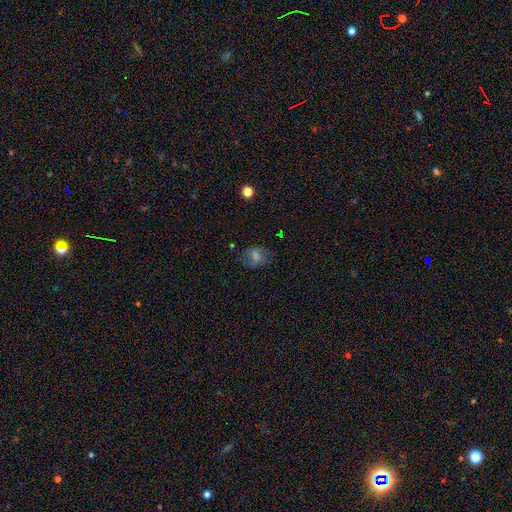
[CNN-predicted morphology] Overall: smooth (51%; featured or disk 30%). How rounded: round (50%; in between 49%). Merging: none (71%).